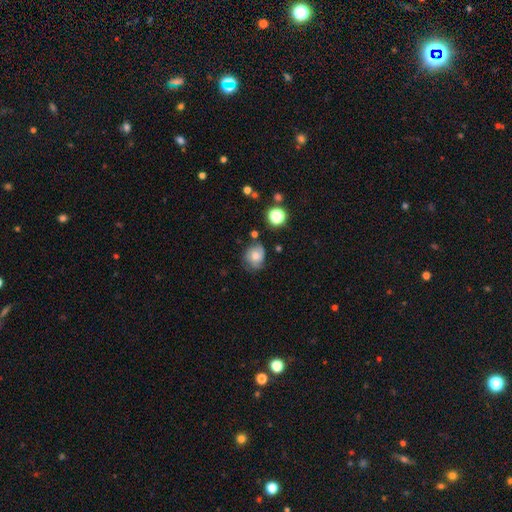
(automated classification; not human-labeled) This appears to be a smooth galaxy with no disk features (54%) that is round (64%). Merging: none (59%).